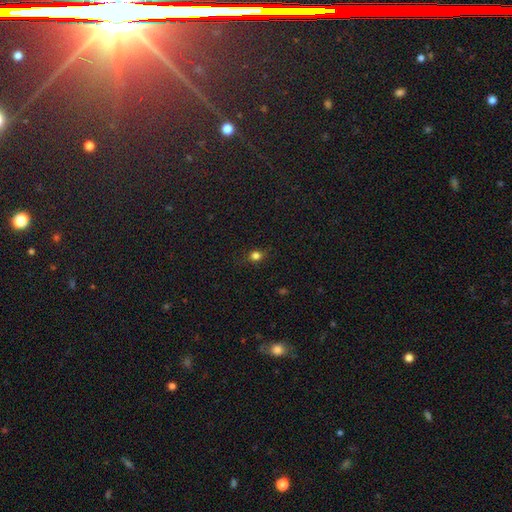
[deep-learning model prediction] Q: Smooth or featured?
A: smooth (77%); runner-up: star or artifact (17%)
Q: How rounded?
A: round (73%); runner-up: in between (26%)
Q: Merging?
A: none (83%); runner-up: minor disturbance (12%)